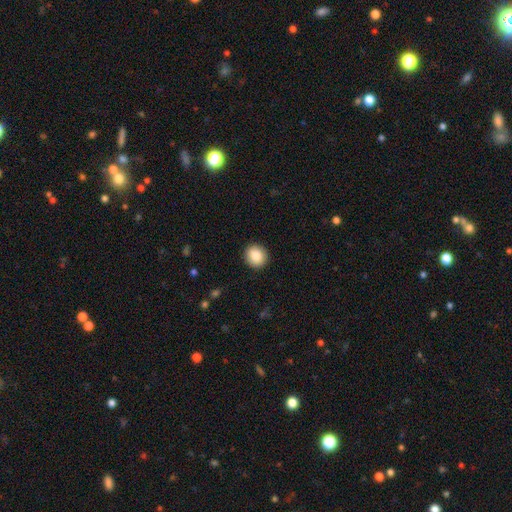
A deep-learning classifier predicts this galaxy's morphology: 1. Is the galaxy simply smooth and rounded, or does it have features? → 87% smooth, 8% star or artifact, 5% featured or disk.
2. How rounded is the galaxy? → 85% round, 14% in between, 1% cigar-shaped.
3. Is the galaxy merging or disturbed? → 91% none, 6% minor disturbance, 2% major disturbance, 1% merger.